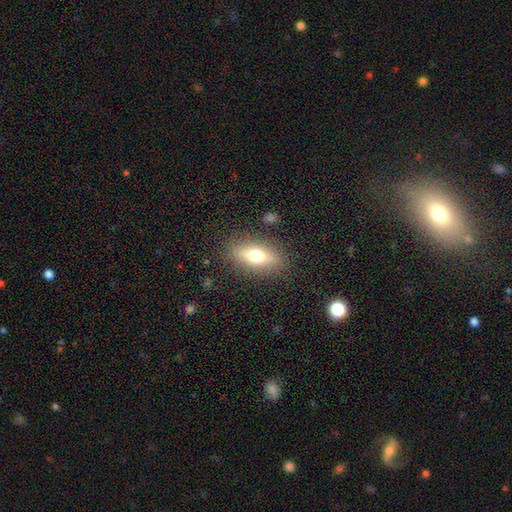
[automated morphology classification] Q: Smooth or featured?
A: smooth (63%); runner-up: featured or disk (28%)
Q: How rounded?
A: in between (75%); runner-up: cigar-shaped (18%)
Q: Merging?
A: none (85%); runner-up: minor disturbance (10%)